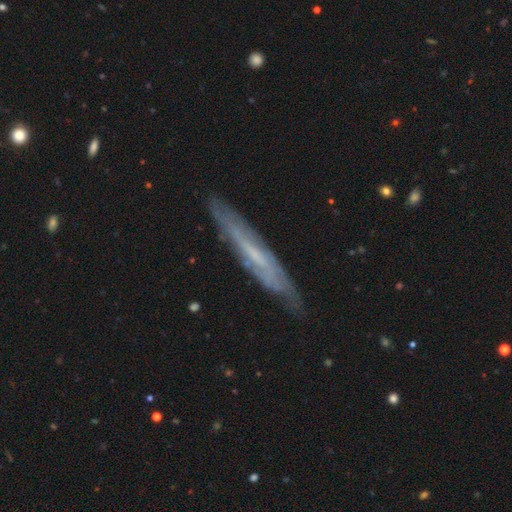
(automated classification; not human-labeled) Smooth or featured: featured or disk — 68% (smooth — 25%)
Edge-on disk: yes — 68% (no — 32%)
Merging: none — 80% (minor disturbance — 16%)